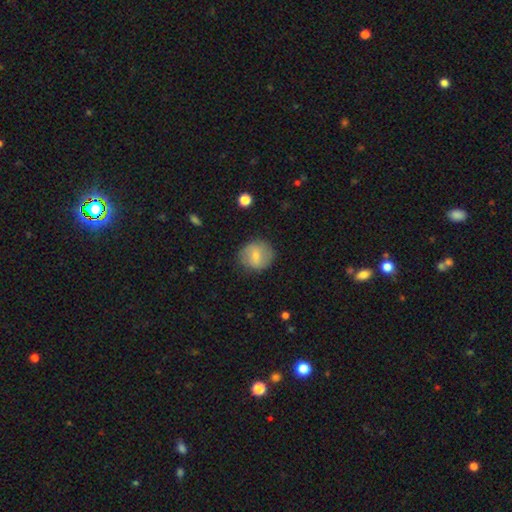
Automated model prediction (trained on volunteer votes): Morphology: type=smooth (65%); roundness=round (85%); merging=none (82%).